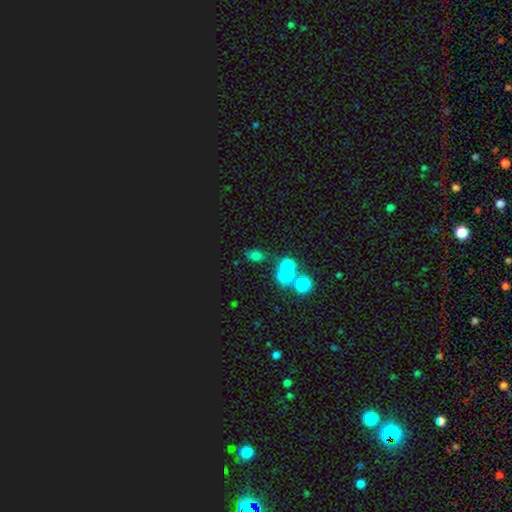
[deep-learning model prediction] Smooth or featured? smooth (59%)
How rounded? in between (62%)
Merging? none (64%)